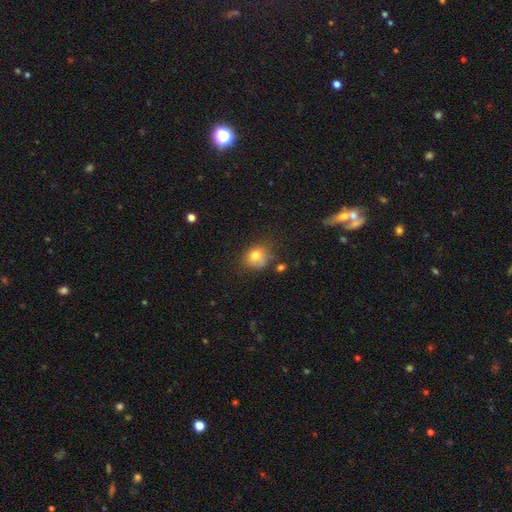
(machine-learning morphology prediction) smooth_or_featured: smooth (p=0.76) [alt: star or artifact p=0.12]
how_rounded: round (p=0.62) [alt: in between p=0.37]
merging: none (p=0.55) [alt: minor disturbance p=0.27]